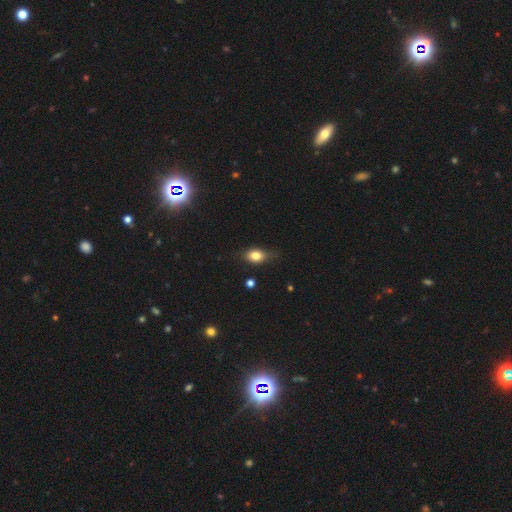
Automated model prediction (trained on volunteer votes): A smooth galaxy with no disk features (76%) that is in between round and cigar-shaped (71%).

Vote fractions:
- Smooth or featured? smooth: 76% / featured or disk: 14% / star or artifact: 10%
- How rounded? in between: 71% / round: 24% / cigar-shaped: 4%
- Merging? none: 64% / minor disturbance: 27% / major disturbance: 7% / merger: 2%